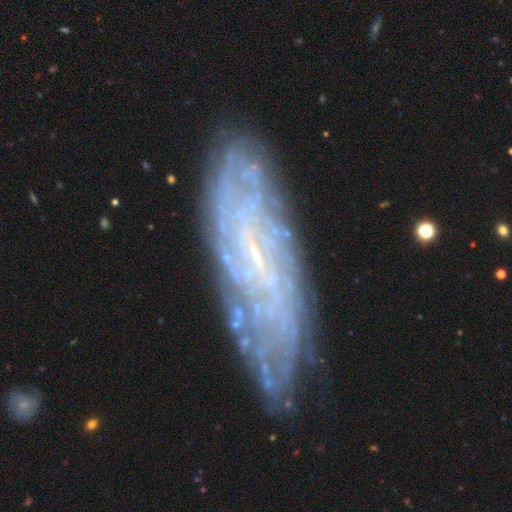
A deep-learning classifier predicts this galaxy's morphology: Smooth or featured: featured or disk — 78% (smooth — 14%)
Edge-on disk: no — 83% (yes — 17%)
Bar: weak — 43% (no — 38%)
Spiral arms: yes — 89% (no — 11%)
Spiral winding: tight — 63% (medium — 27%)
Spiral arm count: can't tell — 53% (2 — 12%)
Bulge size: small — 70% (none — 21%)
Merging: none — 76% (minor disturbance — 16%)